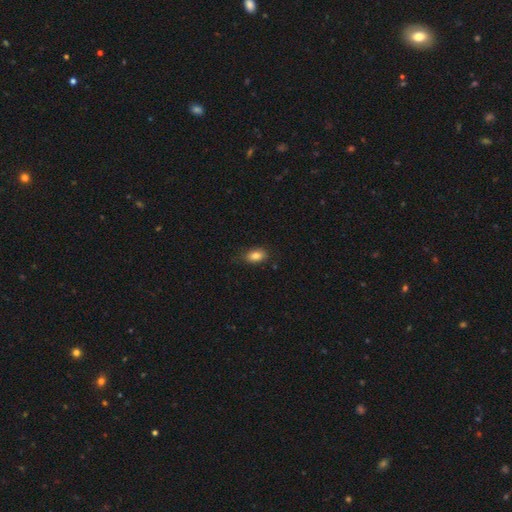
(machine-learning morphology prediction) type=smooth (84%); roundness=in between (88%); merging=none (75%).